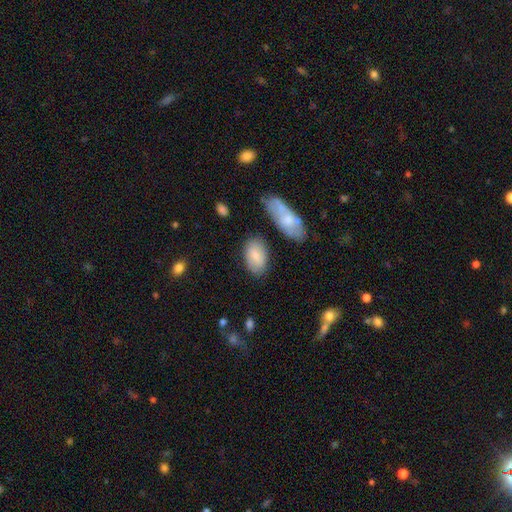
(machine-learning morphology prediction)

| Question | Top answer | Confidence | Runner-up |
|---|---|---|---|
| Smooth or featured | smooth | 76% | featured or disk (17%) |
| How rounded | in between | 91% | round (7%) |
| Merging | none | 76% | minor disturbance (15%) |